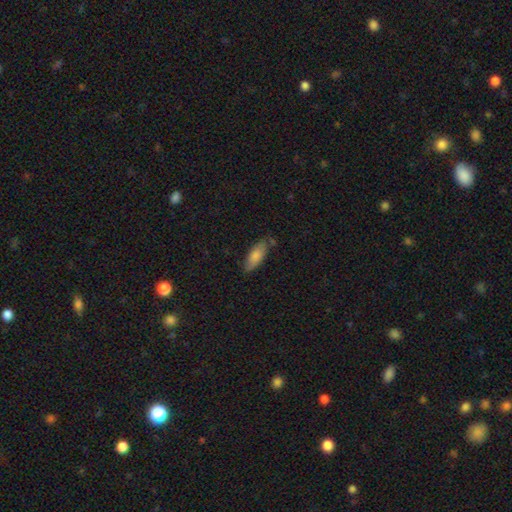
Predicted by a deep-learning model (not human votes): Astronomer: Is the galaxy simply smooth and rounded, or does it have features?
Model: smooth — 81%.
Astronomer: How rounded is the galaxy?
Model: in between — 73%.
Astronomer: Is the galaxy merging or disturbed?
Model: none — 71%.